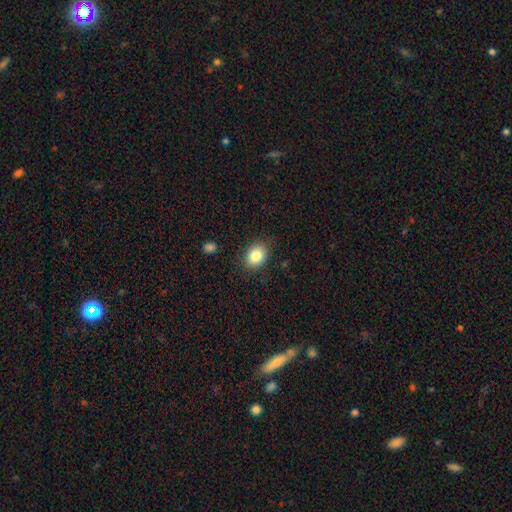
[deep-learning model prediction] smooth-or-featured: smooth: 84% | star or artifact: 9% | featured or disk: 8%
  how-rounded: in between: 60% | round: 39% | cigar-shaped: 1%
  merging: none: 86% | minor disturbance: 10% | major disturbance: 3% | merger: 1%